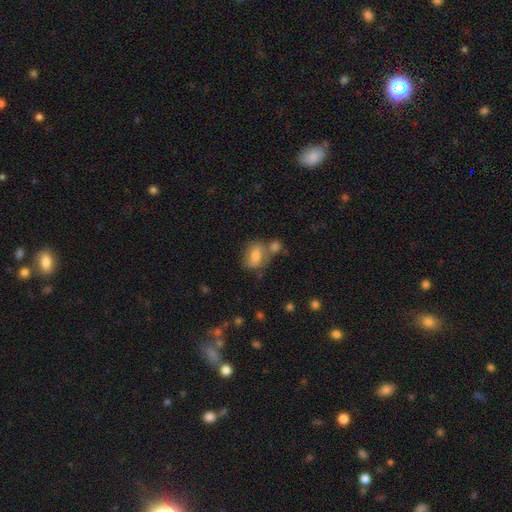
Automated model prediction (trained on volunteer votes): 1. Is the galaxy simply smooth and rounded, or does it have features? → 67% smooth, 23% featured or disk, 10% star or artifact.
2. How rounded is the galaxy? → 72% in between, 25% round, 4% cigar-shaped.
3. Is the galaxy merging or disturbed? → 48% none, 30% merger, 15% minor disturbance, 6% major disturbance.